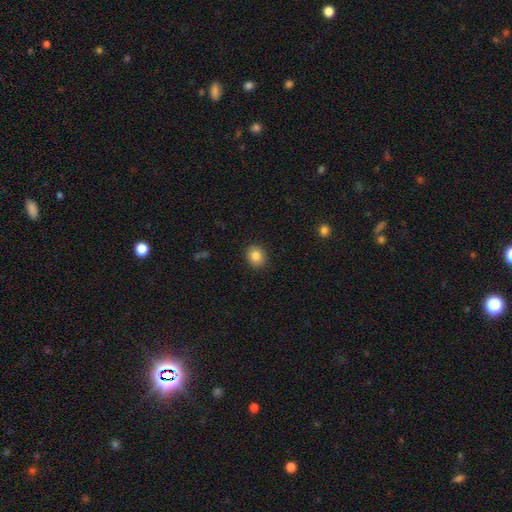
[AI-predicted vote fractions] Overall: smooth (85%). How rounded: round (65%; in between 34%). Merging: none (90%).